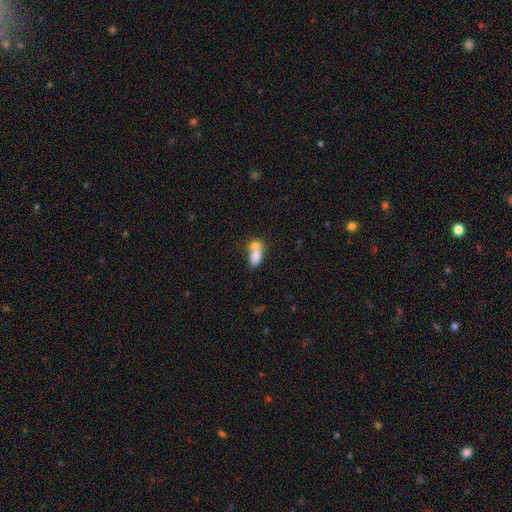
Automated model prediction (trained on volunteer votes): A smooth galaxy with no disk features (76%) that is in between round and cigar-shaped (80%). Merging: merger (62%).